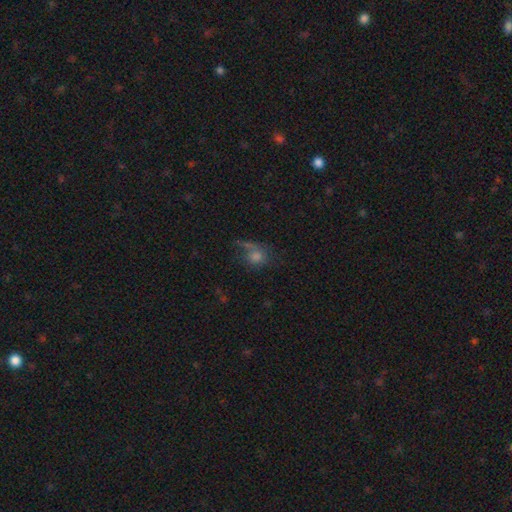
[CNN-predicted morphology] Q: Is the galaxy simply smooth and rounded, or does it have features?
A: smooth — 62%.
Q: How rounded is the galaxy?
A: round — 67%.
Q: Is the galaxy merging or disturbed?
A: none — 43%.